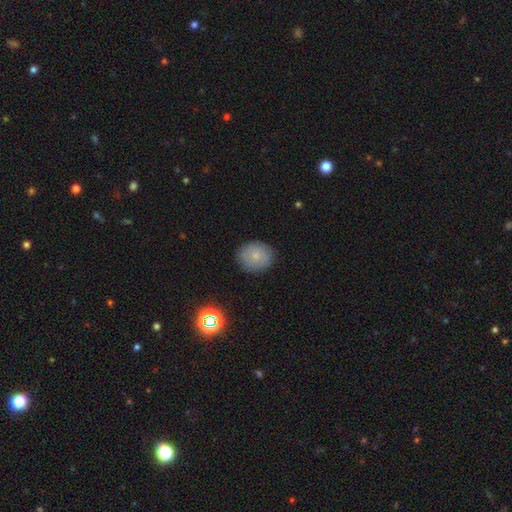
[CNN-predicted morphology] The model was most divided on "smooth or featured": smooth: 73%, featured or disk: 18%, star or artifact: 10%. More confident: merging — none (86%); how rounded — round (79%).